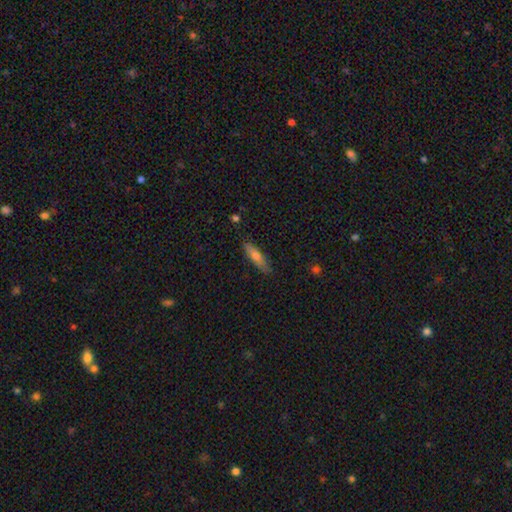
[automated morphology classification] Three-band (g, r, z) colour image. It shows a smooth galaxy with no disk features (60%) that is cigar-shaped (72%). Merging: none (85%).